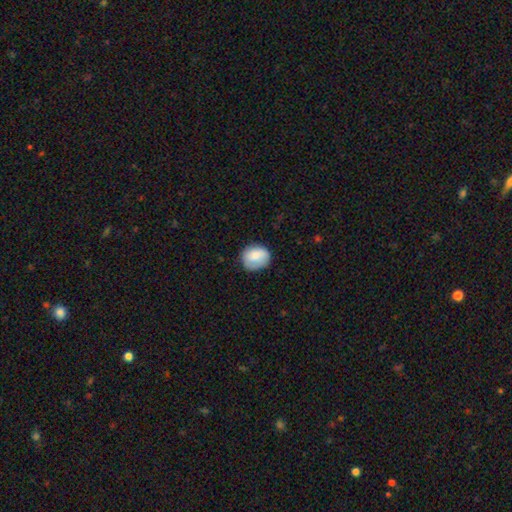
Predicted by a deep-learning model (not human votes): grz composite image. It shows a smooth galaxy with no disk features (80%) that is round (66%). Merging: none (71%).